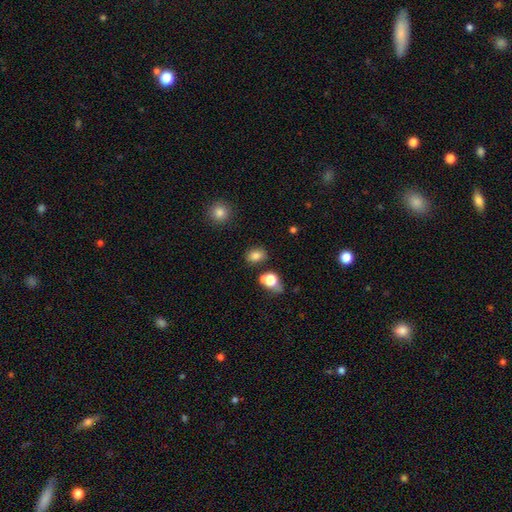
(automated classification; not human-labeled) A smooth galaxy with no disk features (80%) that is in between round and cigar-shaped (66%).

Vote fractions:
- Smooth or featured? smooth: 80% / star or artifact: 12% / featured or disk: 8%
- How rounded? in between: 66% / round: 33% / cigar-shaped: 1%
- Merging? none: 76% / minor disturbance: 12% / merger: 9% / major disturbance: 3%